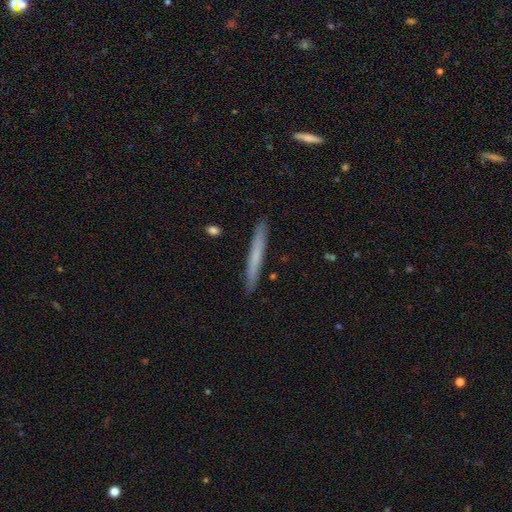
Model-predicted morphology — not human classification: A smooth galaxy with no disk features (63%) that is cigar-shaped (97%).

Vote fractions:
- Smooth or featured? smooth: 63% / featured or disk: 31% / star or artifact: 6%
- How rounded? cigar-shaped: 97% / in between: 2% / round: 1%
- Merging? none: 91% / minor disturbance: 6% / major disturbance: 1% / merger: 1%